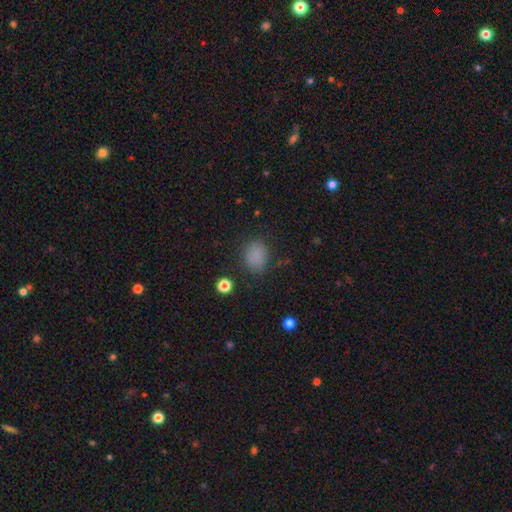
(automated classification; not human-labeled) Morphology: type=smooth (83%); roundness=in between (57%); merging=none (81%).